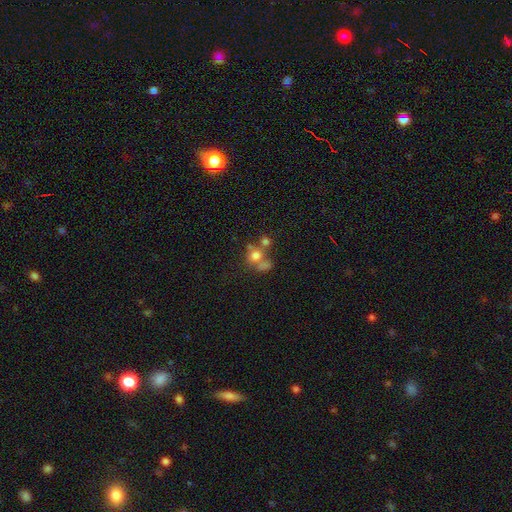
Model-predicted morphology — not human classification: Smooth or featured: smooth — 66% (featured or disk — 18%)
How rounded: round — 76% (in between — 23%)
Merging: merger — 43% (none — 38%)